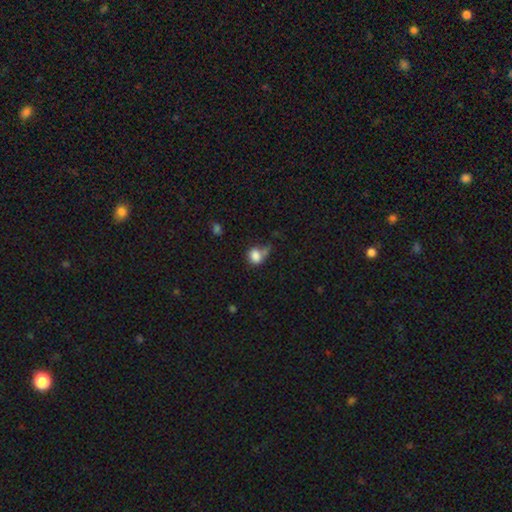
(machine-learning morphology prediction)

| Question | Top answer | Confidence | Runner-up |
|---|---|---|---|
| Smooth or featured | smooth | 81% | star or artifact (10%) |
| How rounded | round | 60% | in between (39%) |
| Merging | none | 35% | minor disturbance (26%) |